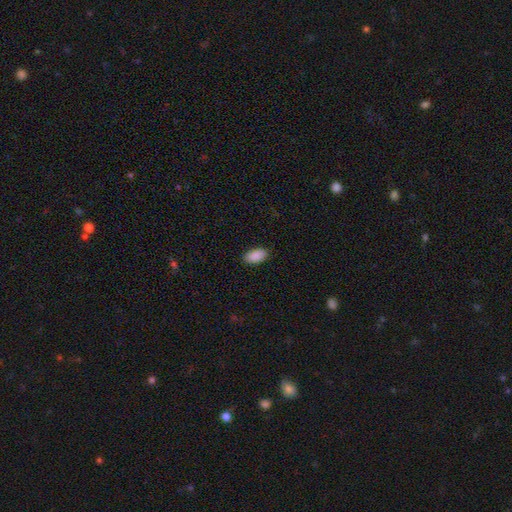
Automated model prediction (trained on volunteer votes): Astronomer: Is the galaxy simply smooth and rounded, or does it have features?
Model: smooth — 90%.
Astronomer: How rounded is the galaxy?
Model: in between — 94%.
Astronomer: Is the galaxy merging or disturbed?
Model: none — 89%.